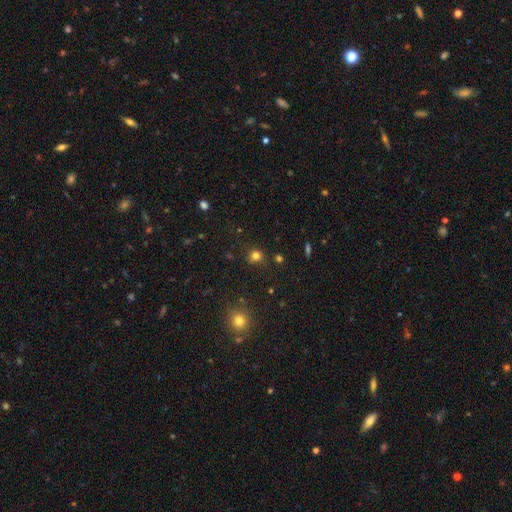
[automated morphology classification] A smooth galaxy with no disk features (77%) that is round (87%). Merging: none (85%).